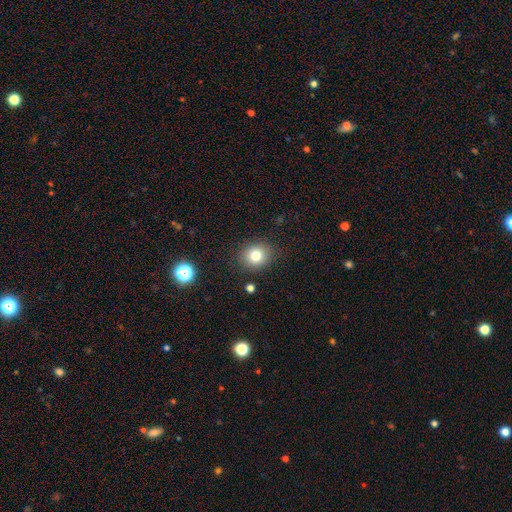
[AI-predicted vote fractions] smooth-or-featured: smooth: 78% | star or artifact: 13% | featured or disk: 9%
  how-rounded: round: 76% | in between: 24% | cigar-shaped: 1%
  merging: none: 87% | minor disturbance: 8% | major disturbance: 3% | merger: 2%